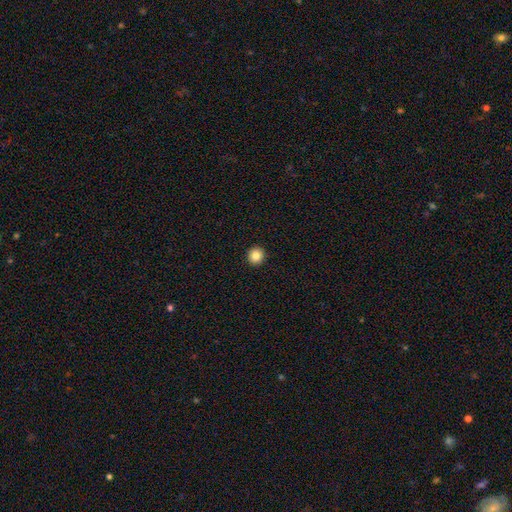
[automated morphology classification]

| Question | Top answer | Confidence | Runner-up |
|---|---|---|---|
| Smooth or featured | smooth | 85% | star or artifact (10%) |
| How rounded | round | 93% | in between (7%) |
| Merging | none | 94% | minor disturbance (4%) |